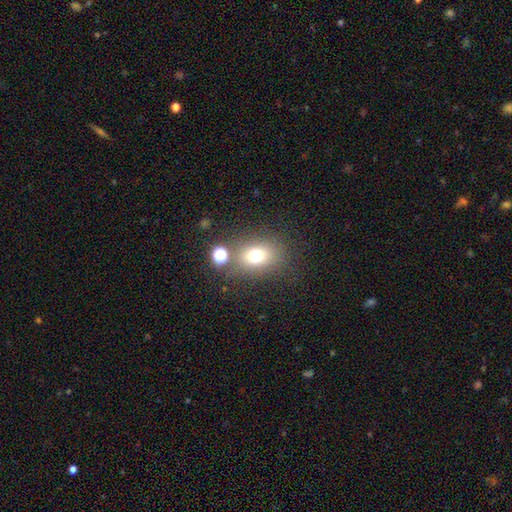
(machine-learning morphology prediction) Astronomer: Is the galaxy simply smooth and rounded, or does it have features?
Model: smooth — 73%.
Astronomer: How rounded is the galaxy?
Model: in between — 55% (runner-up: round, 44%).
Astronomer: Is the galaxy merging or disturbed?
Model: none — 74%.